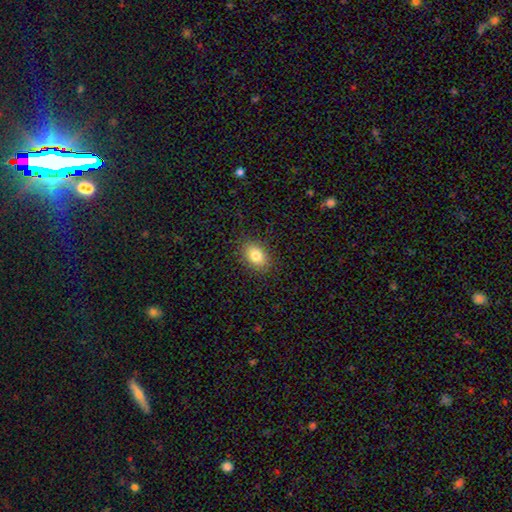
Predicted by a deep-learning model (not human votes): smooth_or_featured: smooth (p=0.82) [alt: star or artifact p=0.10]
how_rounded: in between (p=0.79) [alt: round p=0.20]
merging: none (p=0.87) [alt: minor disturbance p=0.09]